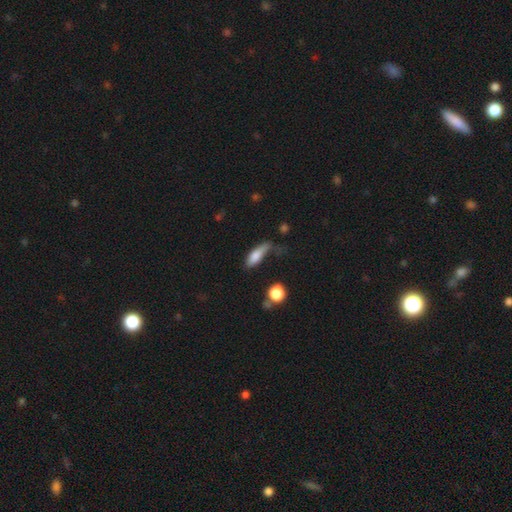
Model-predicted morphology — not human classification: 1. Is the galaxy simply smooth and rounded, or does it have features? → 75% smooth, 16% featured or disk, 8% star or artifact.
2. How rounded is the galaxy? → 60% in between, 35% cigar-shaped, 4% round.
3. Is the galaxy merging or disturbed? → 32% none, 31% minor disturbance, 29% major disturbance, 7% merger.